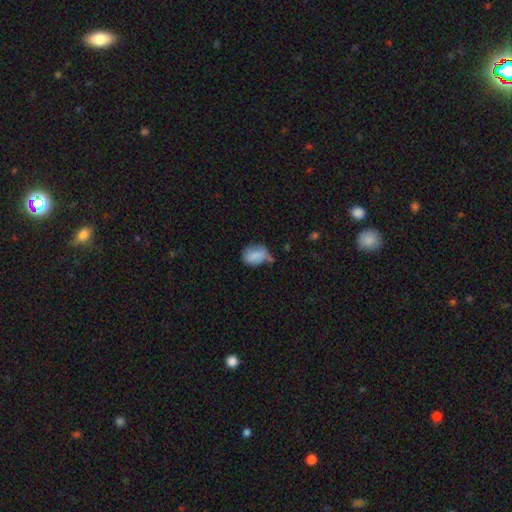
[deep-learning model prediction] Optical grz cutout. It shows a smooth galaxy with no disk features (80%) that is in between round and cigar-shaped (76%). Merging: minor disturbance (38%, tied with none).